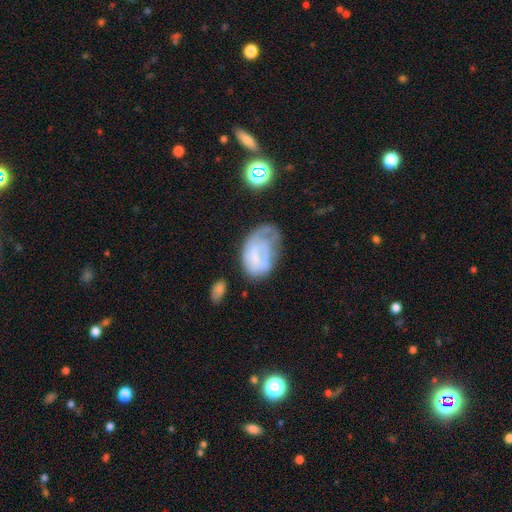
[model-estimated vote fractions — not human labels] featured or disk 51%, smooth 37%, star or artifact 11%. Down the decision tree: edge-on disk — no (96%); merging — minor disturbance (33%).